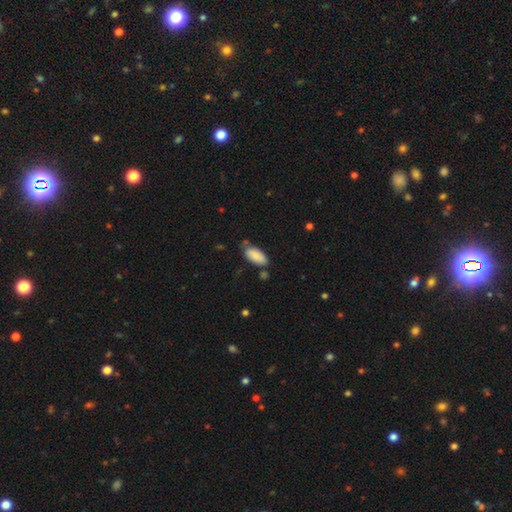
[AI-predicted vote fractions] This appears to be a smooth galaxy with no disk features (88%) that is in between round and cigar-shaped (89%). Merging: none (71%).